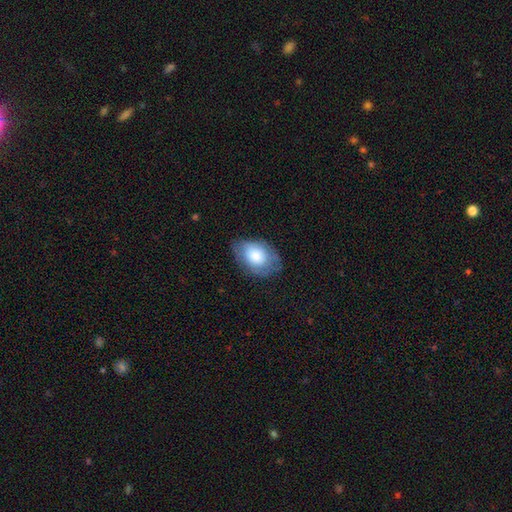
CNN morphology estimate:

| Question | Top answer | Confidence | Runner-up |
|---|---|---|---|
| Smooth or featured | smooth | 73% | featured or disk (20%) |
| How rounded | in between | 87% | round (12%) |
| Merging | none | 67% | minor disturbance (24%) |